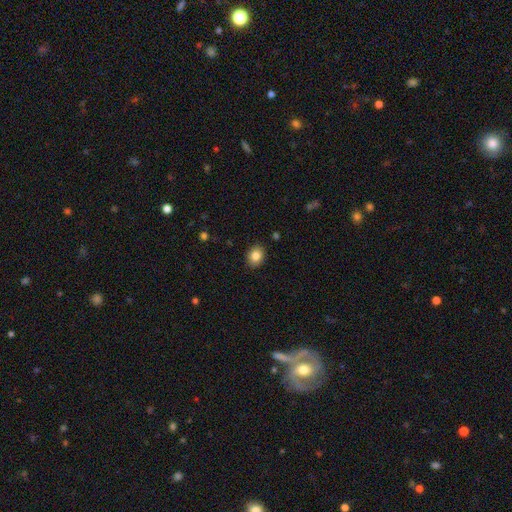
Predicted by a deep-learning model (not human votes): The model was most divided on "how rounded": in between: 51%, round: 48%, cigar-shaped: 1%. More confident: merging — none (89%); smooth or featured — smooth (84%).